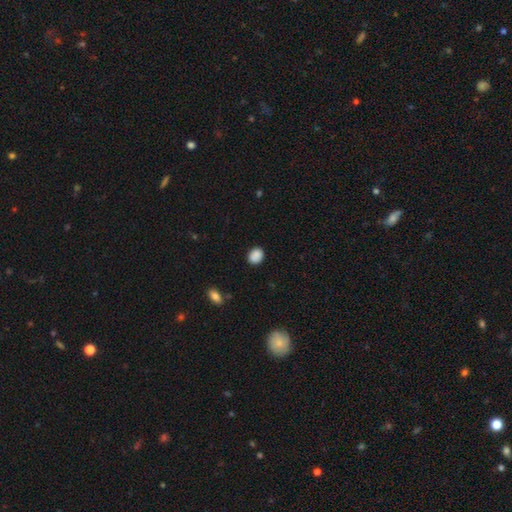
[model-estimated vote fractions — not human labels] This appears to be a smooth galaxy with no disk features (88%) that is round (52%). Merging: none (83%).